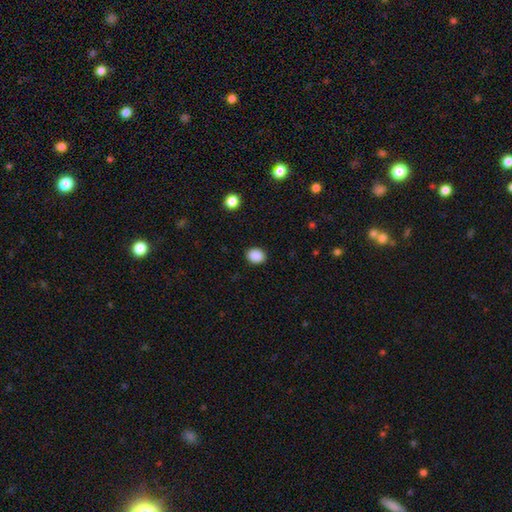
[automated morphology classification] Q: Smooth or featured?
A: smooth (89%); runner-up: star or artifact (9%)
Q: How rounded?
A: in between (53%); runner-up: round (47%)
Q: Merging?
A: none (90%); runner-up: minor disturbance (7%)